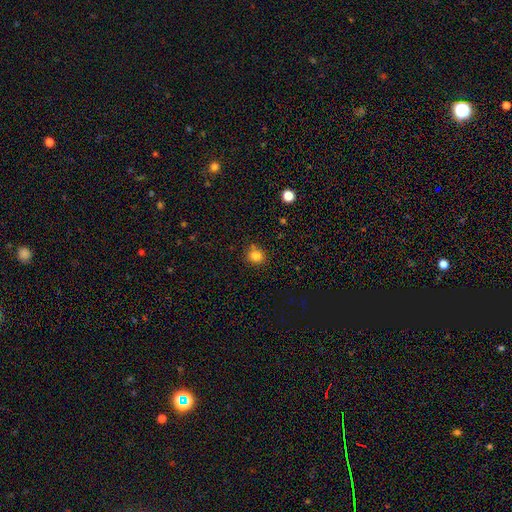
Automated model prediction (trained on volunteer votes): This is clearly a smooth galaxy (83%). How rounded: clearly round (87%). Merging: likely none (80%).